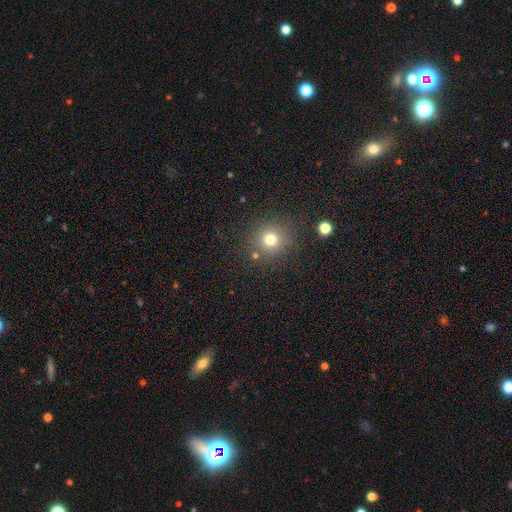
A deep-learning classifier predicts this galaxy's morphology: This appears to be a smooth galaxy with no disk features (71%) that is round (93%). Merging: none (85%).